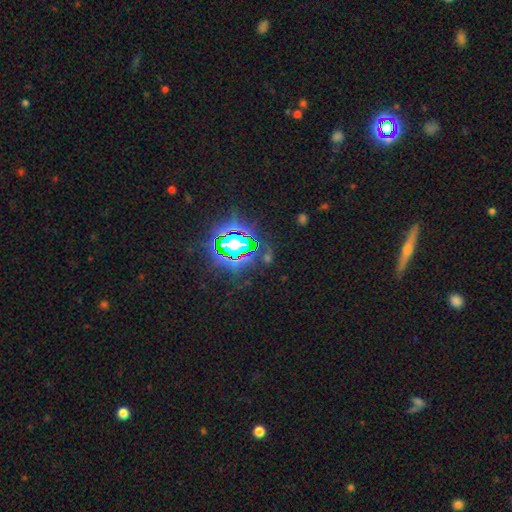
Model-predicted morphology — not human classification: This appears to be a star or artifact, not a galaxy (81%).